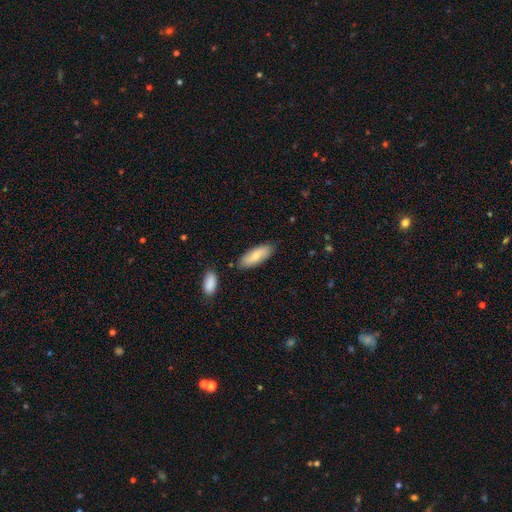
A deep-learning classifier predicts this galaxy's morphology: Smooth or featured?
  - smooth: 77% *
  - featured or disk: 17%
  - star or artifact: 6%
How rounded?
  - in between: 71% *
  - cigar-shaped: 27%
  - round: 2%
Merging?
  - none: 83% *
  - minor disturbance: 12%
  - merger: 4%
  - major disturbance: 2%